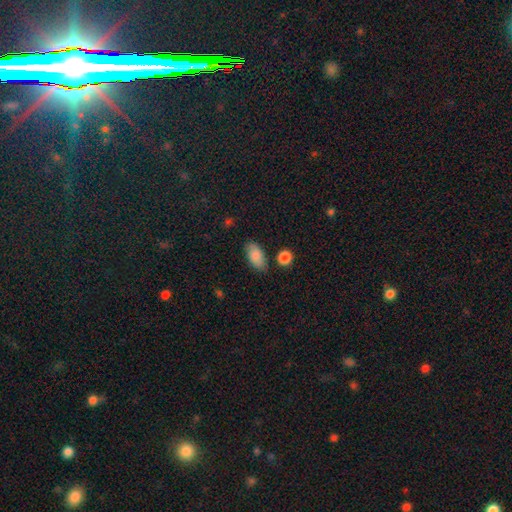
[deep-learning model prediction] This appears to be a smooth galaxy with no disk features (84%) that is in between round and cigar-shaped (91%). Merging: none (77%).